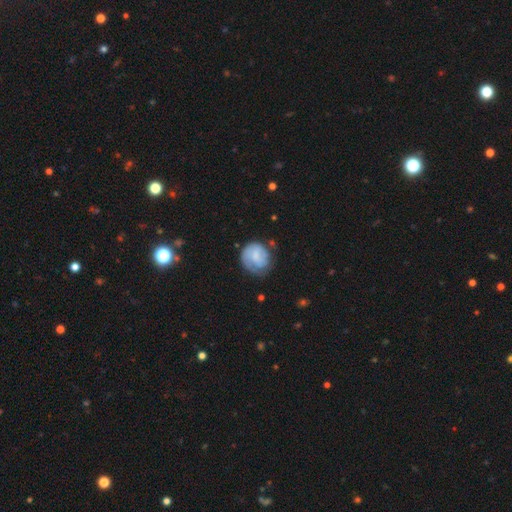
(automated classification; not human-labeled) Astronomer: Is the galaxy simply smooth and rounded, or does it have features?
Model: smooth — 53% (runner-up: featured or disk, 40%).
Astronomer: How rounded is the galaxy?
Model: round — 77%.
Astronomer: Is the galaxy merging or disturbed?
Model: none — 53%.